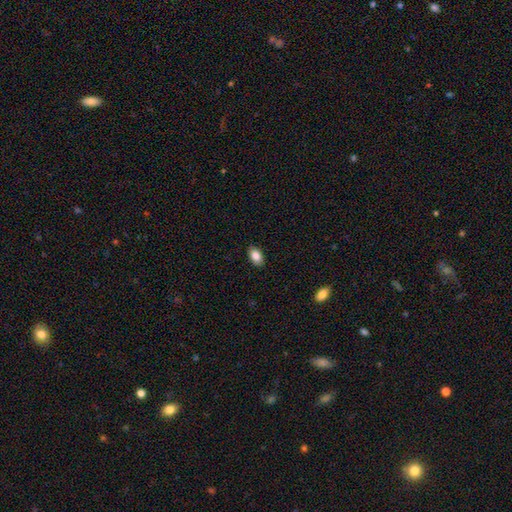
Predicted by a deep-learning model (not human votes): Q: Smooth or featured?
A: smooth (87%); runner-up: star or artifact (8%)
Q: How rounded?
A: in between (90%); runner-up: round (8%)
Q: Merging?
A: none (88%); runner-up: minor disturbance (9%)